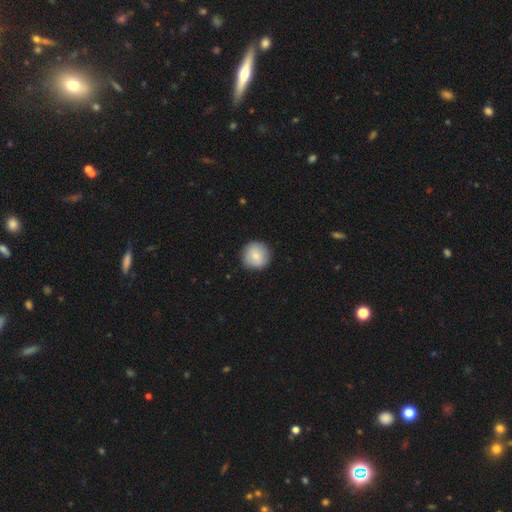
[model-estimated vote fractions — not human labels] The model was most divided on "smooth or featured": smooth: 81%, featured or disk: 12%, star or artifact: 7%. More confident: how rounded — round (94%); merging — none (88%).